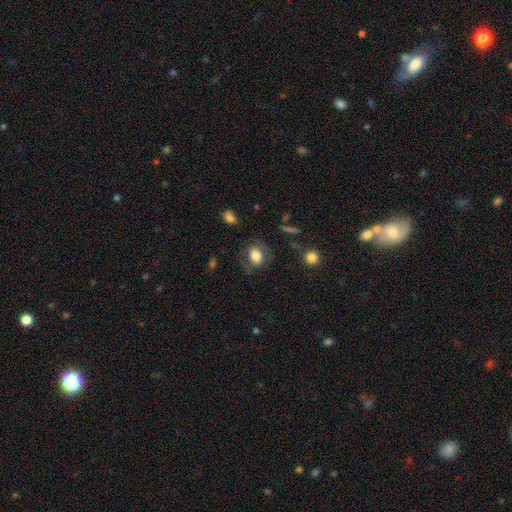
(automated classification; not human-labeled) This appears to be a smooth galaxy with no disk features (73%) that is in between round and cigar-shaped (54%). Merging: none (69%).